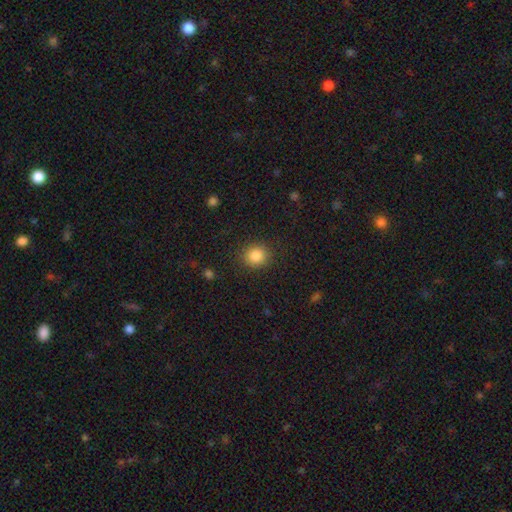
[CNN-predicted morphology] Overall: smooth (86%). How rounded: round (82%). Merging: none (87%).